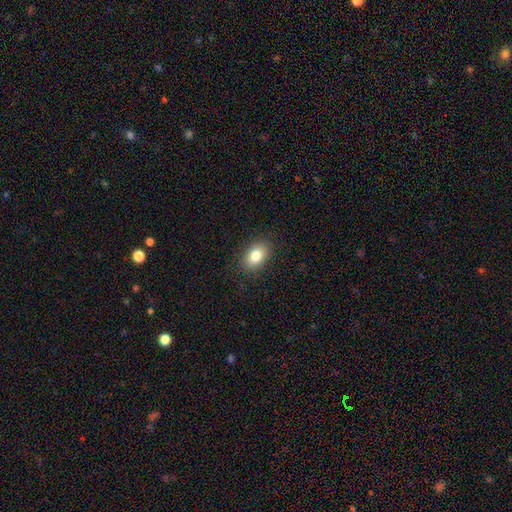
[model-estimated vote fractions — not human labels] Smooth or featured? smooth (82%)
How rounded? in between (80%)
Merging? none (88%)